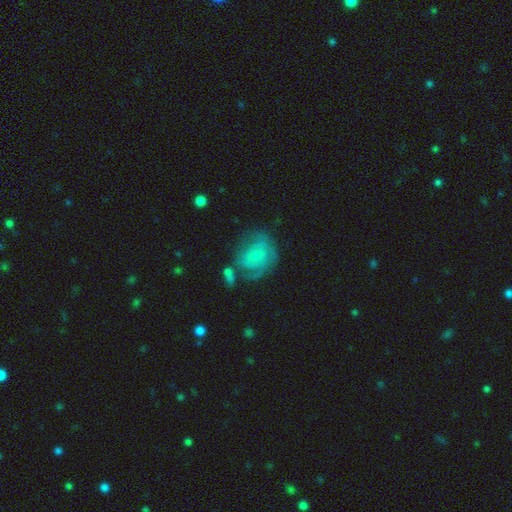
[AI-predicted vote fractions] A featured or disk galaxy (64%) with no bar (75%), spiral arms (78%) and a small central bulge (77%).

Vote fractions:
- Smooth or featured? featured or disk: 64% / smooth: 29% / star or artifact: 7%
- Edge-on disk? no: 97% / yes: 3%
- Bar? no: 75% / weak: 21% / strong: 3%
- Spiral arms? yes: 78% / no: 22%
- Bulge size? small: 77% / moderate: 17% / none: 3% / large: 1% / dominant: 1%
- Merging? none: 45% / minor disturbance: 25% / major disturbance: 20% / merger: 10%